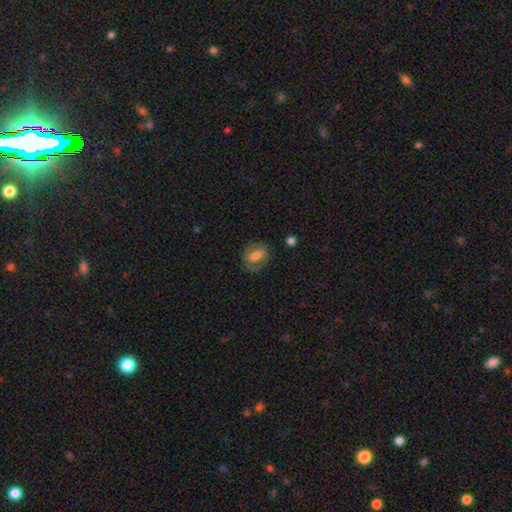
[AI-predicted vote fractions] A smooth galaxy with no disk features (64%) that is in between round and cigar-shaped (71%).

Vote fractions:
- Smooth or featured? smooth: 64% / featured or disk: 27% / star or artifact: 9%
- How rounded? in between: 71% / round: 22% / cigar-shaped: 7%
- Merging? none: 68% / minor disturbance: 20% / major disturbance: 10% / merger: 2%